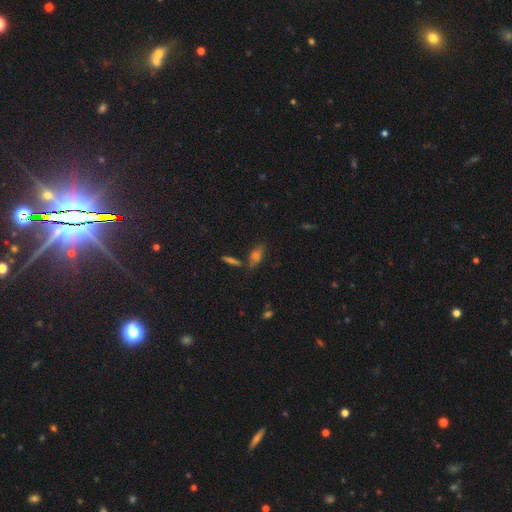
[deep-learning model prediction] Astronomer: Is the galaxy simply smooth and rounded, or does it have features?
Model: smooth — 56%.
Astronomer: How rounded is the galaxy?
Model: in between — 66%.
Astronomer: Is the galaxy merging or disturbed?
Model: none — 68%.